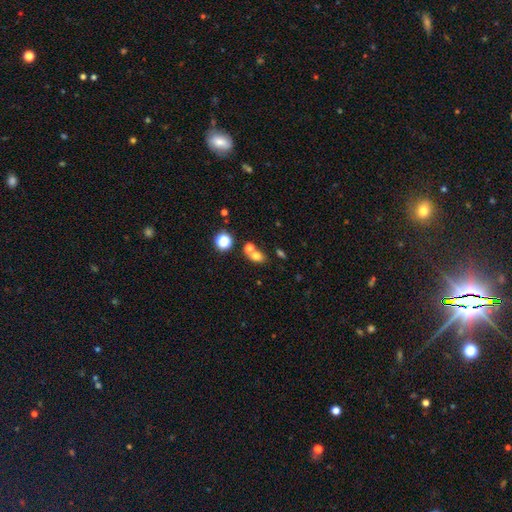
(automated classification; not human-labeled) smooth-or-featured: smooth: 72% | star or artifact: 18% | featured or disk: 11%
  how-rounded: in between: 55% | round: 44% | cigar-shaped: 2%
  merging: none: 51% | merger: 36% | minor disturbance: 9% | major disturbance: 4%